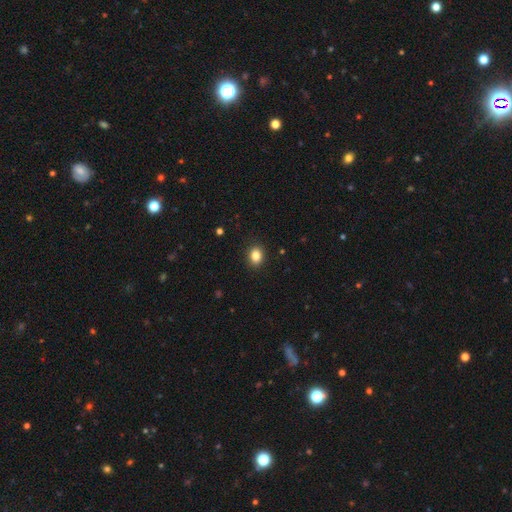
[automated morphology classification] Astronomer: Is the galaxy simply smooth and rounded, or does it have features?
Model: smooth — 85%.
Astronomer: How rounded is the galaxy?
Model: in between — 57% (runner-up: round, 41%).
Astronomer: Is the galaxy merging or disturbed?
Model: none — 90%.